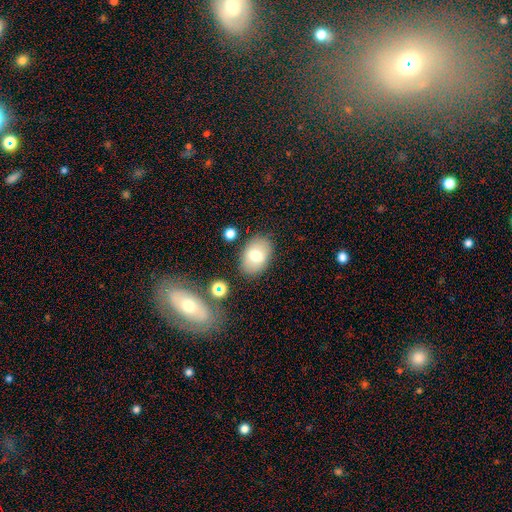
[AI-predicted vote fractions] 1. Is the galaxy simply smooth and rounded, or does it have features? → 71% smooth, 20% featured or disk, 9% star or artifact.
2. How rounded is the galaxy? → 81% in between, 18% round, 1% cigar-shaped.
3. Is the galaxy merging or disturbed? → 82% none, 11% minor disturbance, 3% major disturbance, 3% merger.